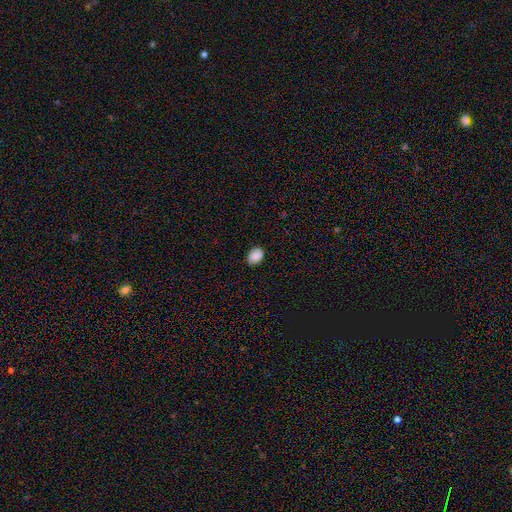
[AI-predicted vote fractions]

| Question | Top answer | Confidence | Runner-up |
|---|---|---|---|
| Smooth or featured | smooth | 90% | star or artifact (8%) |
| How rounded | in between | 72% | round (27%) |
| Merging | none | 88% | minor disturbance (9%) |